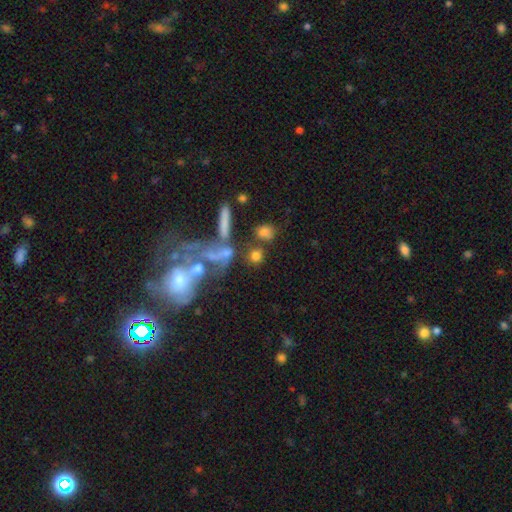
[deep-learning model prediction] Smooth or featured: smooth — 69% (featured or disk — 17%)
How rounded: round — 67% (in between — 23%)
Merging: none — 52% (merger — 26%)